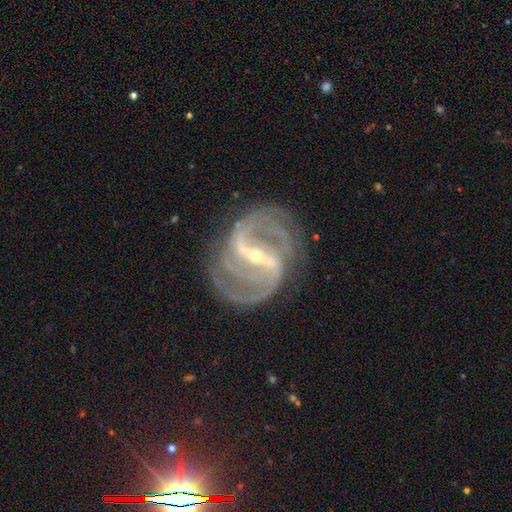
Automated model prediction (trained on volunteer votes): Smooth or featured?
  - featured or disk: 92% *
  - star or artifact: 5%
  - smooth: 3%
Edge-on disk?
  - no: 97% *
  - yes: 3%
Bar?
  - strong: 76% *
  - weak: 19%
  - no: 5%
Spiral arms?
  - yes: 98% *
  - no: 2%
Spiral winding?
  - medium: 52% *
  - tight: 29%
  - loose: 19%
Spiral arm count?
  - 2: 61% *
  - 3: 15%
  - can't tell: 8%
  - 4: 7%
  - more than 4: 5%
  - 1: 4%
Bulge size?
  - small: 75% *
  - moderate: 22%
  - large: 1%
  - none: 1%
  - dominant: 1%
Merging?
  - none: 76% *
  - minor disturbance: 15%
  - major disturbance: 8%
  - merger: 2%